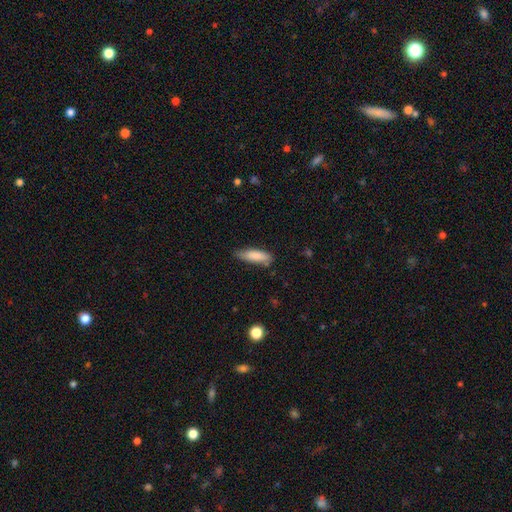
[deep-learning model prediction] Q: Smooth or featured?
A: smooth (84%); runner-up: featured or disk (10%)
Q: How rounded?
A: cigar-shaped (54%); runner-up: in between (45%)
Q: Merging?
A: none (69%); runner-up: minor disturbance (25%)